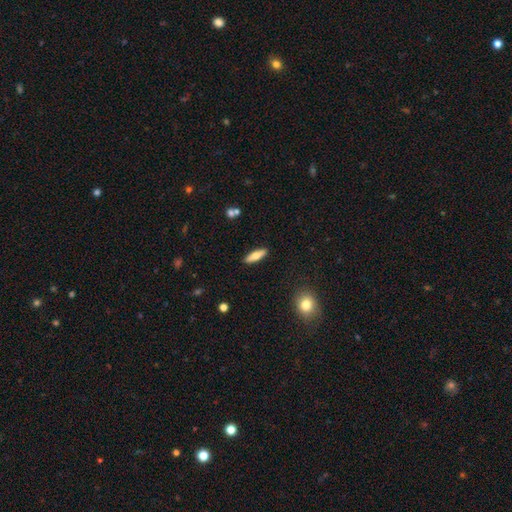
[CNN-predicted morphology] This appears to be a smooth galaxy with no disk features (60%) that is cigar-shaped (59%). Merging: none (89%).